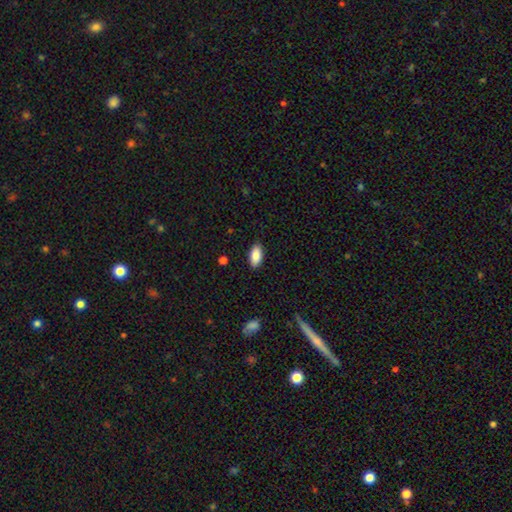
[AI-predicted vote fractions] Smooth or featured: smooth — 87% (star or artifact — 7%)
How rounded: in between — 92% (cigar-shaped — 5%)
Merging: none — 87% (minor disturbance — 10%)